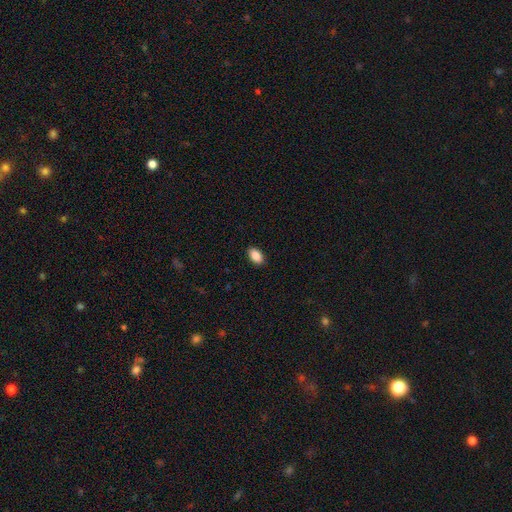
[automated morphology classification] smooth_or_featured: smooth (p=0.88) [alt: star or artifact p=0.07]
how_rounded: in between (p=0.93) [alt: round p=0.05]
merging: none (p=0.90) [alt: minor disturbance p=0.08]